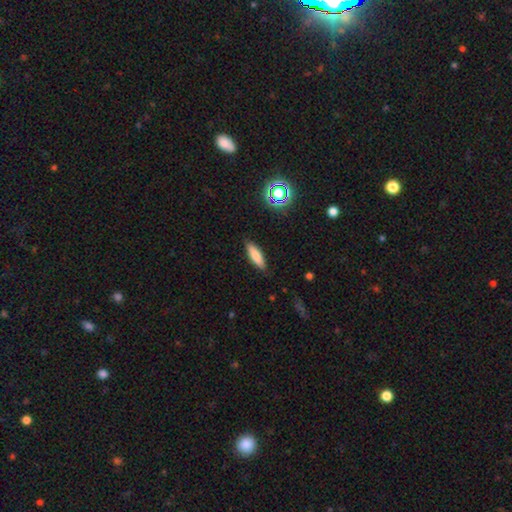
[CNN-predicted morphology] This appears to be a smooth galaxy with no disk features (78%) that is cigar-shaped (56%). Merging: none (87%).